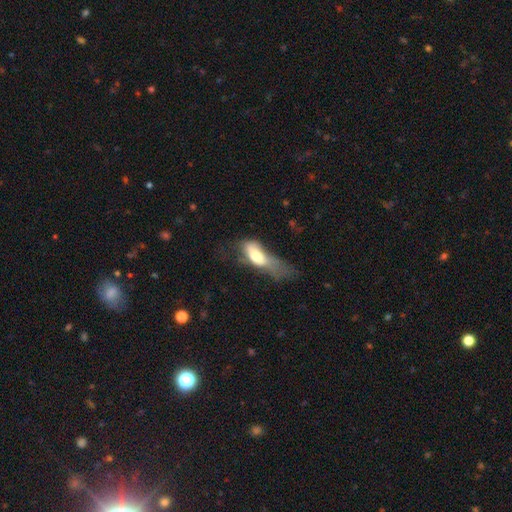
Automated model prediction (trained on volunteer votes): Overall: smooth (66%; featured or disk 26%). How rounded: in between (72%). Merging: major disturbance (57%; minor disturbance 23%).